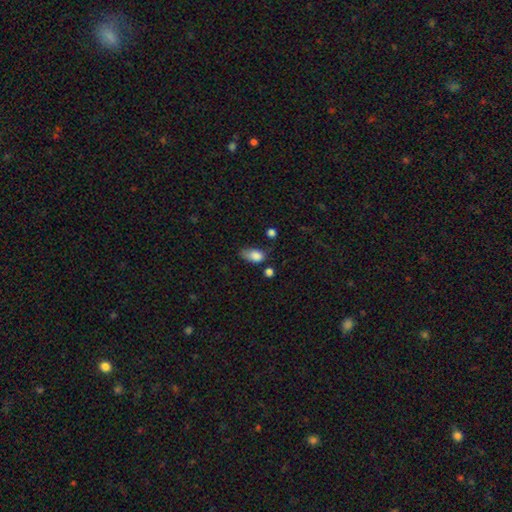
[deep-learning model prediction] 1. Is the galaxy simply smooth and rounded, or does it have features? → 83% smooth, 9% star or artifact, 8% featured or disk.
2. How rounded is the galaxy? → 86% in between, 10% round, 4% cigar-shaped.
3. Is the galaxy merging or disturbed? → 42% minor disturbance, 32% none, 20% major disturbance, 6% merger.